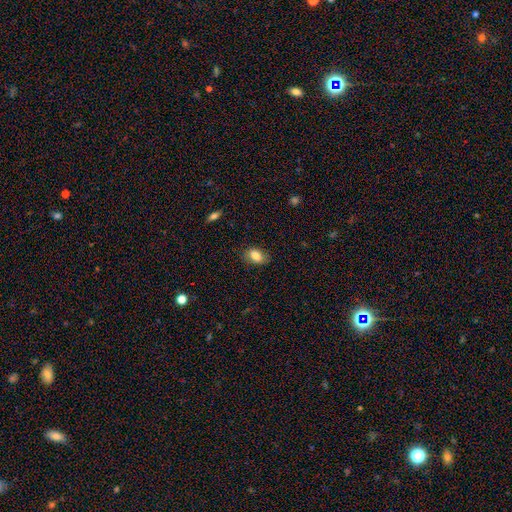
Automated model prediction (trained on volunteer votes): The model was most divided on "merging": none: 82%, minor disturbance: 14%, major disturbance: 3%, merger: 1%. More confident: how rounded — in between (84%); smooth or featured — smooth (84%).